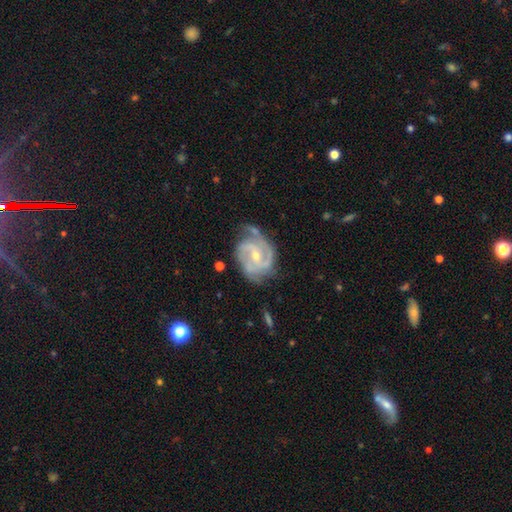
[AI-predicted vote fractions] This appears to be a featured or disk galaxy (89%) with a weak bar (45%), 2 (56%) medium (46%) spiral arms (97%) and a small central bulge (56%). Merging: none (60%).